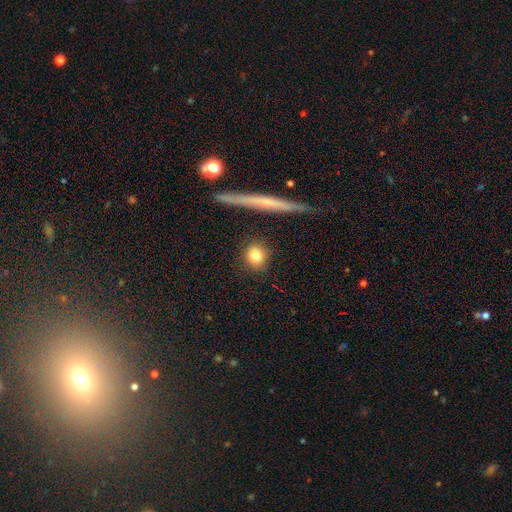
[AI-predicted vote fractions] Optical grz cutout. It shows a smooth galaxy with no disk features (82%) that is round (79%). Merging: none (87%).